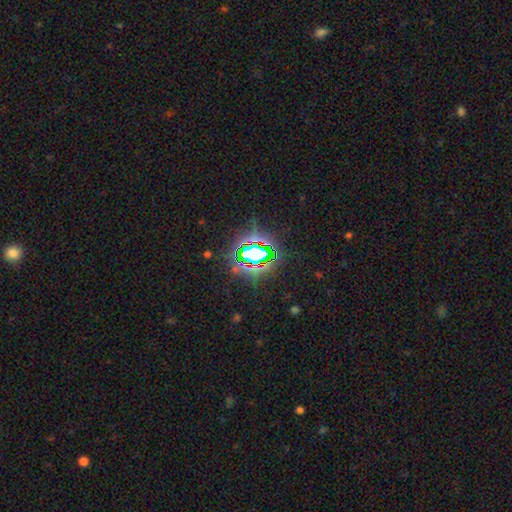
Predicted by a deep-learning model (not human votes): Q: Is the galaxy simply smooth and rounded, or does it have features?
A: star or artifact — 75%.